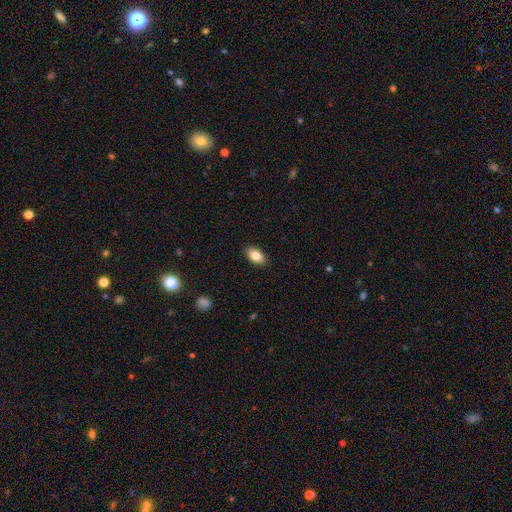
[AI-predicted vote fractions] smooth_or_featured: smooth (p=0.84) [alt: featured or disk p=0.08]
how_rounded: in between (p=0.92) [alt: round p=0.06]
merging: none (p=0.89) [alt: minor disturbance p=0.08]